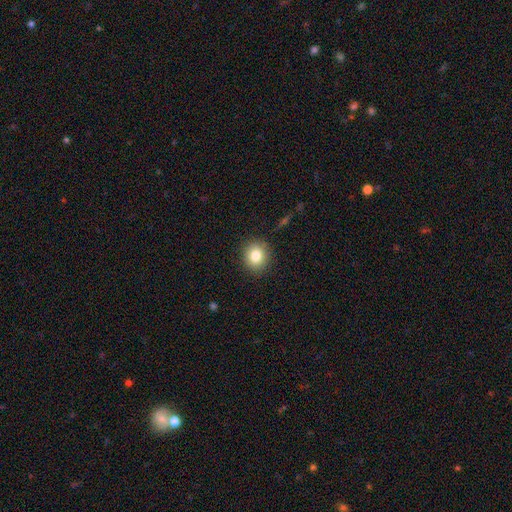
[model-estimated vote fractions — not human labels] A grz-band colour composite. It shows a smooth galaxy with no disk features (82%) that is round (79%). Merging: none (89%).